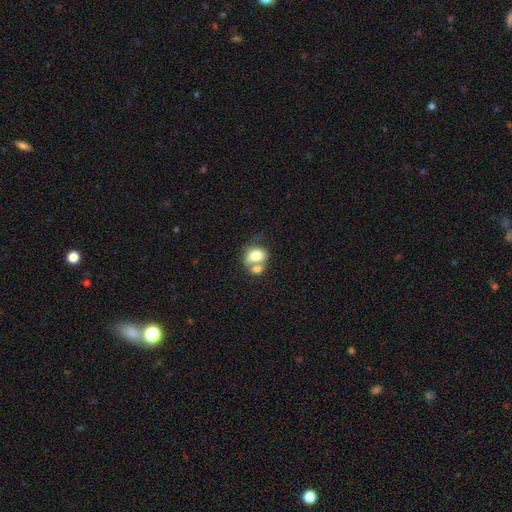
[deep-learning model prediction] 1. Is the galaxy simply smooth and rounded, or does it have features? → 75% smooth, 17% featured or disk, 8% star or artifact.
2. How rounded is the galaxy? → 66% in between, 33% round, 1% cigar-shaped.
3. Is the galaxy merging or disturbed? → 55% merger, 27% none, 11% minor disturbance, 7% major disturbance.